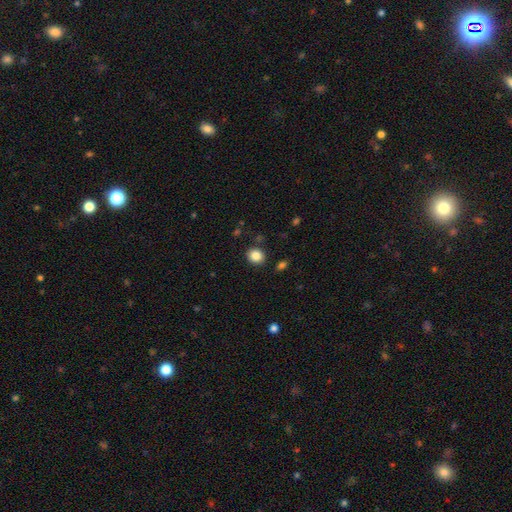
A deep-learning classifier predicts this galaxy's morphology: This appears to be a smooth galaxy with no disk features (85%) that is round (77%). Merging: none (88%).